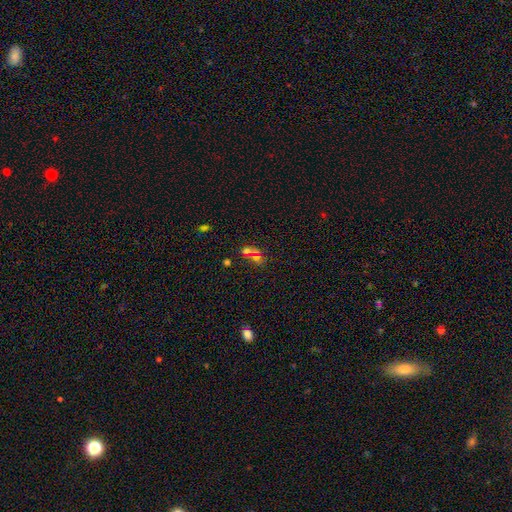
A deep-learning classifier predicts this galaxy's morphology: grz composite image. It shows a smooth galaxy with no disk features (49%). Merging: merger (45%).